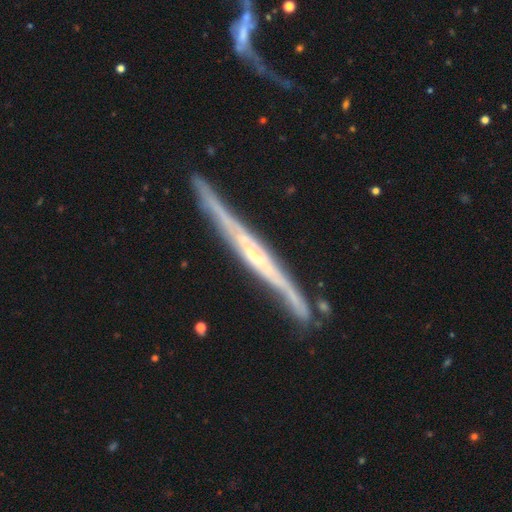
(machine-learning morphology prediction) A featured or disk galaxy (84%) viewed edge-on (95%) with no central bulge (47%). Merging: none (76%).